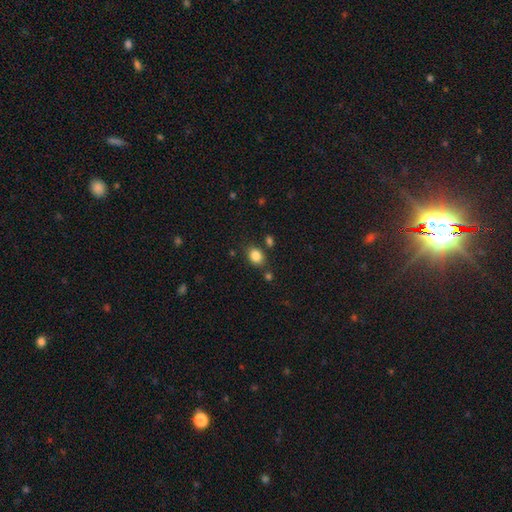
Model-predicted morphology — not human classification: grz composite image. It shows a smooth galaxy with no disk features (85%) that is in between round and cigar-shaped (57%). Merging: none (78%).